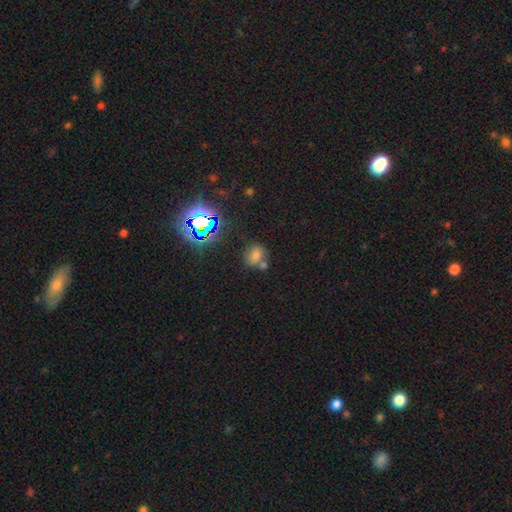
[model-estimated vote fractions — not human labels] The model was most divided on "smooth or featured": smooth: 50%, star or artifact: 38%, featured or disk: 12%. More confident: how rounded — round (58%); merging — none (57%).